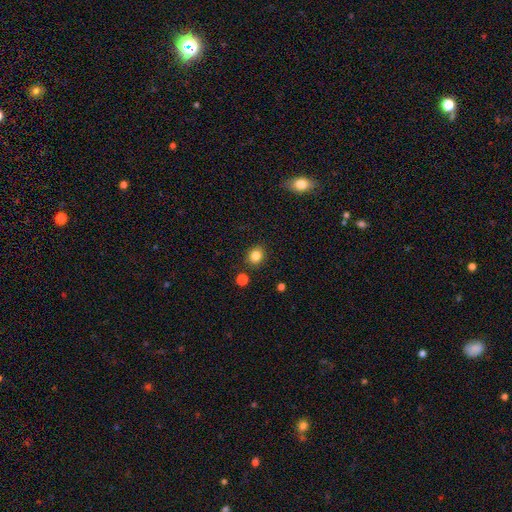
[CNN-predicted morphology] smooth-or-featured: smooth: 83% | star or artifact: 11% | featured or disk: 5%
  how-rounded: round: 69% | in between: 30% | cigar-shaped: 1%
  merging: none: 86% | minor disturbance: 9% | merger: 4% | major disturbance: 2%